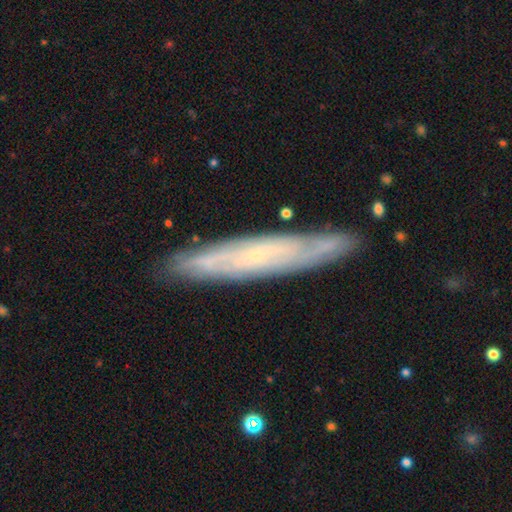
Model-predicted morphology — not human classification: Smooth or featured?
  - featured or disk: 69% *
  - smooth: 24%
  - star or artifact: 7%
Edge-on disk?
  - yes: 61% *
  - no: 39%
Merging?
  - none: 86% *
  - minor disturbance: 10%
  - major disturbance: 2%
  - merger: 2%